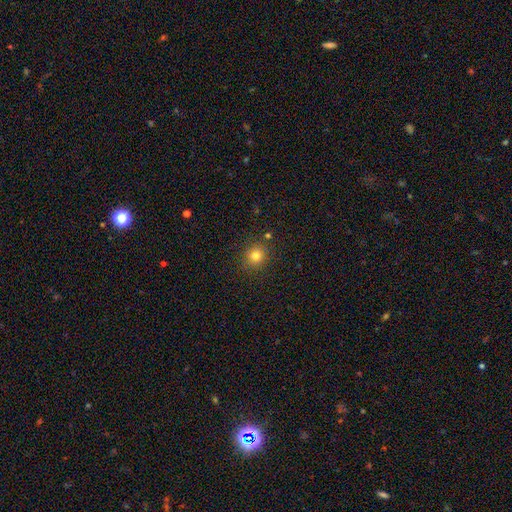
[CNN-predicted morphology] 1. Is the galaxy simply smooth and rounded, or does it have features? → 79% smooth, 14% star or artifact, 6% featured or disk.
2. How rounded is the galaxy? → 86% round, 13% in between, 1% cigar-shaped.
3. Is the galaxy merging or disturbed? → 86% none, 8% minor disturbance, 3% merger, 2% major disturbance.